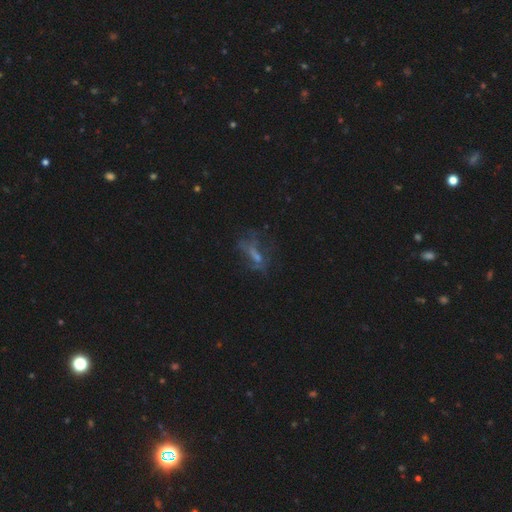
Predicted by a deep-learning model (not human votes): Smooth or featured?
  - featured or disk: 45% *
  - smooth: 28%
  - star or artifact: 27%
Merging?
  - none: 50% *
  - major disturbance: 27%
  - minor disturbance: 19%
  - merger: 4%